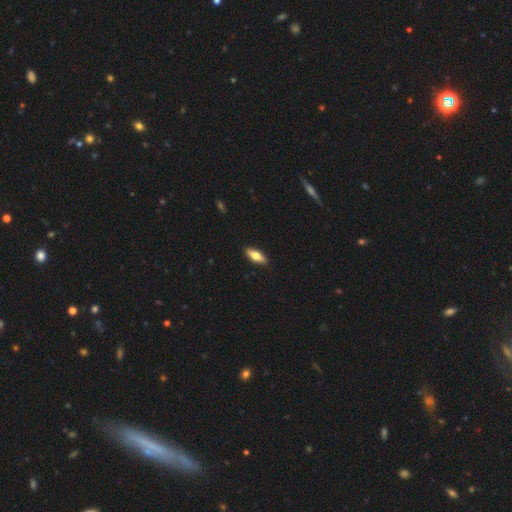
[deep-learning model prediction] smooth_or_featured: smooth (p=0.68) [alt: featured or disk p=0.26]
how_rounded: in between (p=0.68) [alt: cigar-shaped p=0.29]
merging: none (p=0.90) [alt: minor disturbance p=0.07]